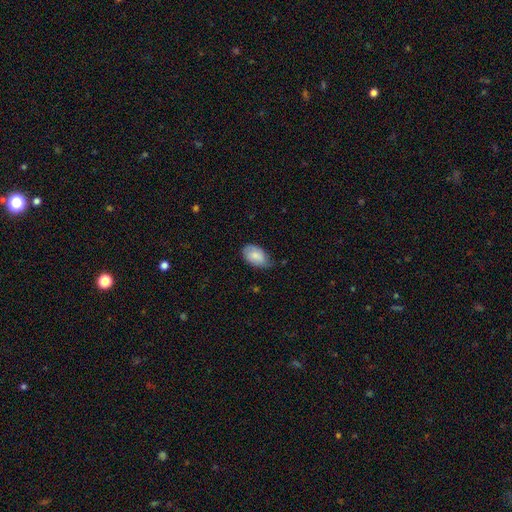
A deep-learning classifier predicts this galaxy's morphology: Smooth or featured: smooth — 78% (featured or disk — 16%)
How rounded: in between — 91% (round — 7%)
Merging: none — 54% (minor disturbance — 38%)